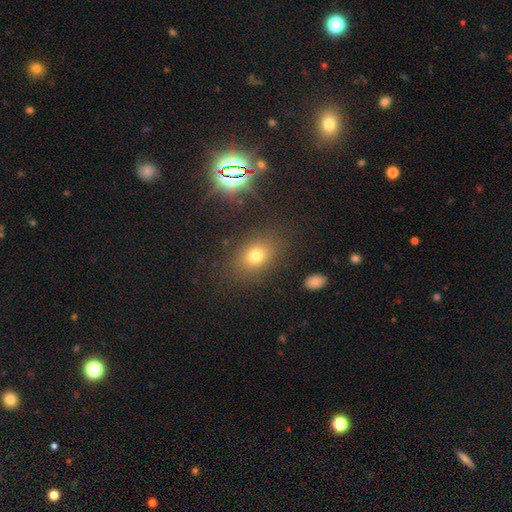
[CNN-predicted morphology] Q: Smooth or featured?
A: smooth (71%); runner-up: star or artifact (17%)
Q: How rounded?
A: in between (66%); runner-up: round (32%)
Q: Merging?
A: none (82%); runner-up: minor disturbance (11%)